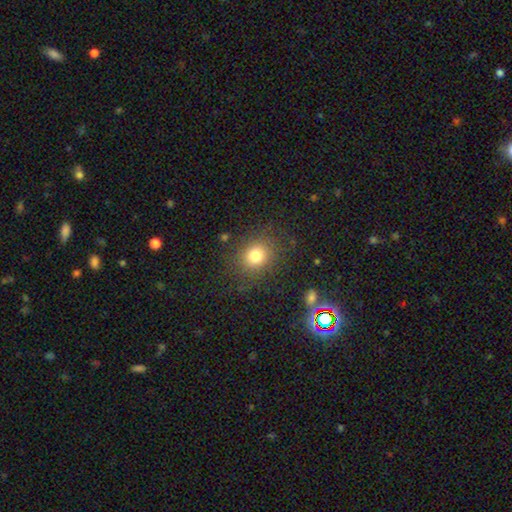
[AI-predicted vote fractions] Smooth or featured: smooth — 78% (star or artifact — 14%)
How rounded: round — 75% (in between — 24%)
Merging: none — 83% (minor disturbance — 10%)